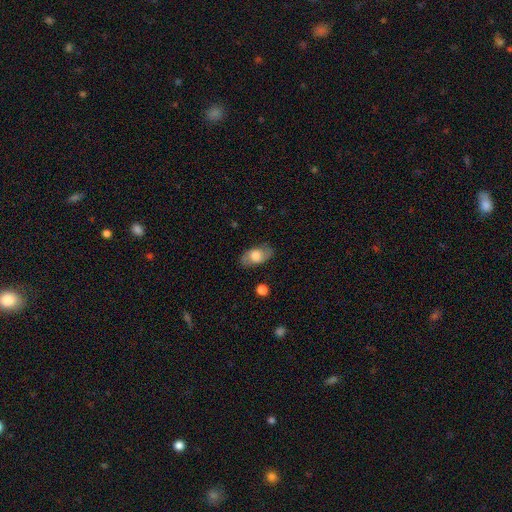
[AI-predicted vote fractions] This appears to be a smooth galaxy with no disk features (63%) that is in between round and cigar-shaped (90%). Merging: none (80%).